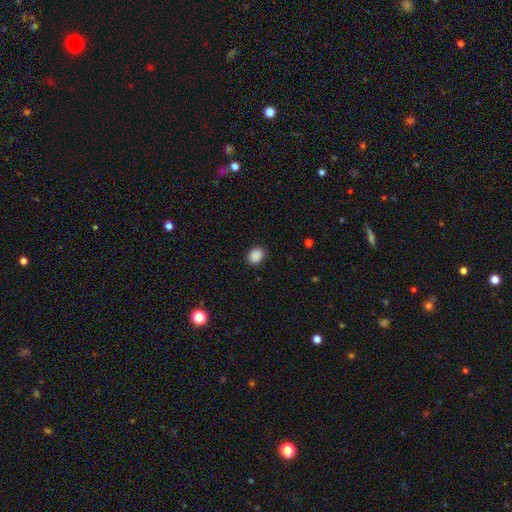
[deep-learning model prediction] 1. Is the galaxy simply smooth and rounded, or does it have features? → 88% smooth, 9% star or artifact, 3% featured or disk.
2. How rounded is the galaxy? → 52% round, 47% in between, 1% cigar-shaped.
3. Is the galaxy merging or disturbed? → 86% none, 11% minor disturbance, 3% major disturbance, 1% merger.